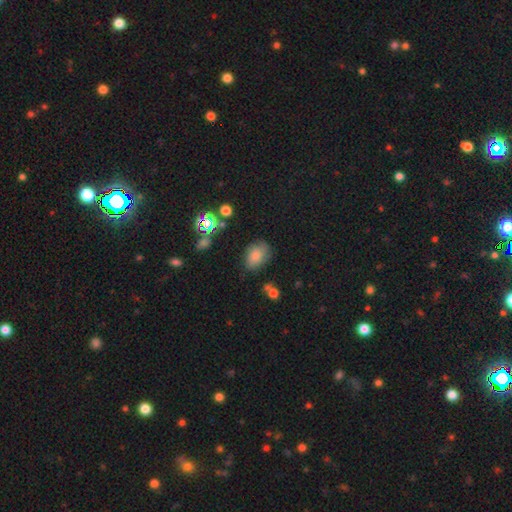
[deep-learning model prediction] Smooth or featured? smooth (75%)
How rounded? in between (80%)
Merging? none (67%)